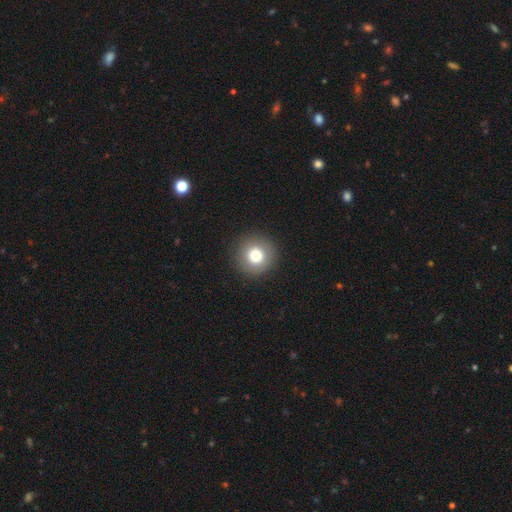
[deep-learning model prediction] Smooth or featured? smooth (77%)
How rounded? round (95%)
Merging? none (92%)